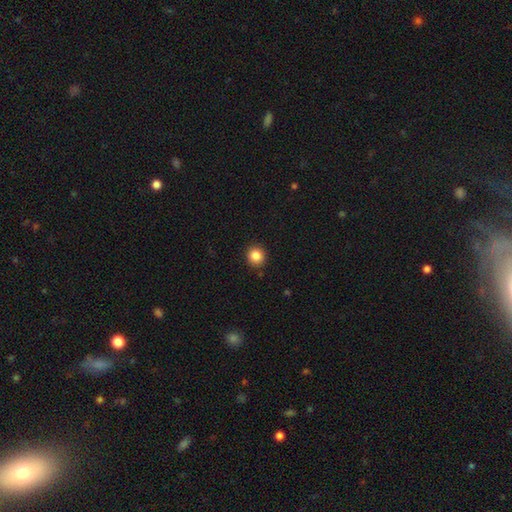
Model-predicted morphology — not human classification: Smooth or featured: smooth — 85% (star or artifact — 10%)
How rounded: round — 89% (in between — 10%)
Merging: none — 90% (minor disturbance — 7%)